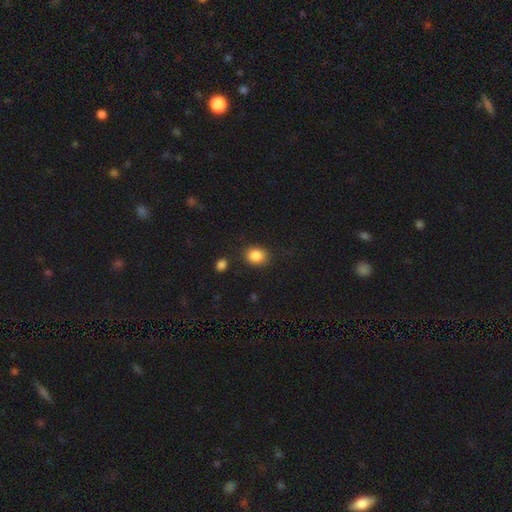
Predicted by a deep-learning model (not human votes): smooth_or_featured: smooth (p=0.86) [alt: star or artifact p=0.09]
how_rounded: round (p=0.57) [alt: in between p=0.42]
merging: none (p=0.82) [alt: minor disturbance p=0.11]